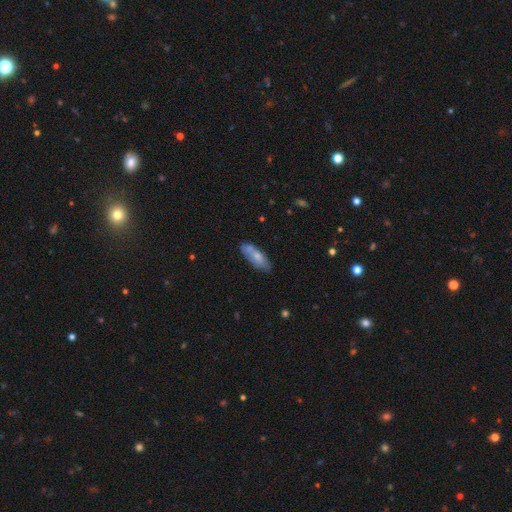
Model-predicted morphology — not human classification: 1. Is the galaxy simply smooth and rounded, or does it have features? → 66% smooth, 27% featured or disk, 6% star or artifact.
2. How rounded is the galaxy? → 63% in between, 35% cigar-shaped, 2% round.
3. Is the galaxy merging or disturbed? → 61% none, 21% minor disturbance, 13% merger, 5% major disturbance.